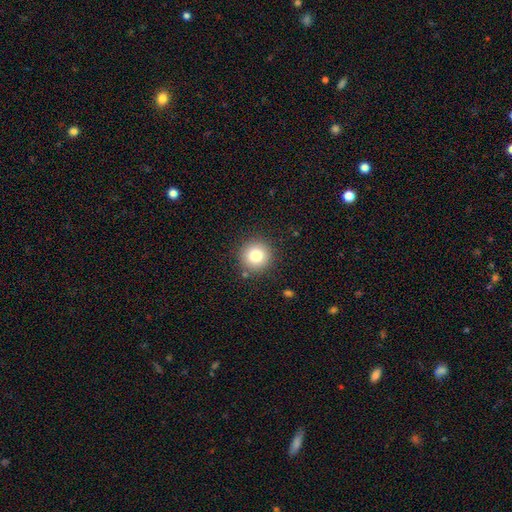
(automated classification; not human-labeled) Morphology: type=smooth (80%); roundness=round (95%); merging=none (88%).